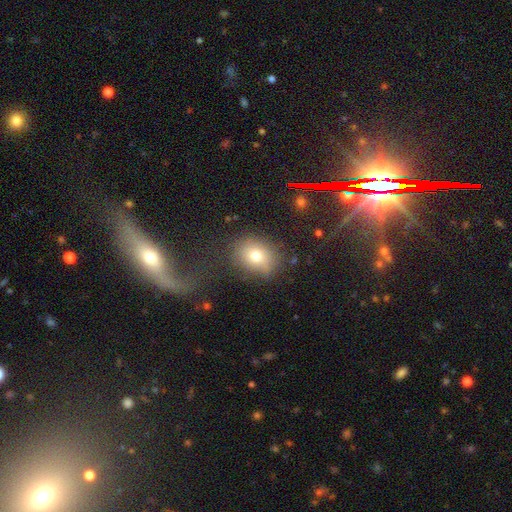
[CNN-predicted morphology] Smooth or featured? Predicted: smooth (p=0.74). How rounded? Predicted: round (p=0.54). Merging? Predicted: none (p=0.77).